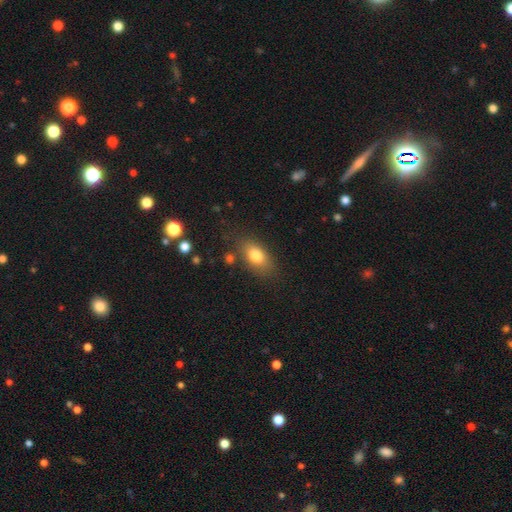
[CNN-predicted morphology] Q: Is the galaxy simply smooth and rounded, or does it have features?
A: smooth — 79%.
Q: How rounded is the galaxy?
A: in between — 84%.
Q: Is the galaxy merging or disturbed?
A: none — 77%.